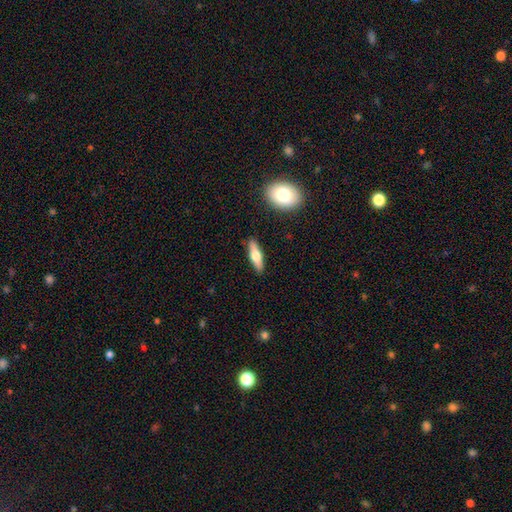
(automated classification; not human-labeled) Morphology: type=smooth (54%); roundness=cigar-shaped (58%); merging=none (88%).